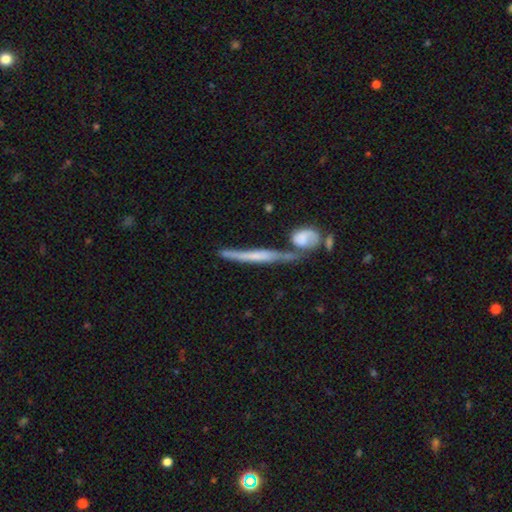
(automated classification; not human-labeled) Smooth or featured? Predicted: featured or disk (p=0.58). Edge-on disk? Predicted: yes (p=0.85). Merging? Predicted: none (p=0.46).